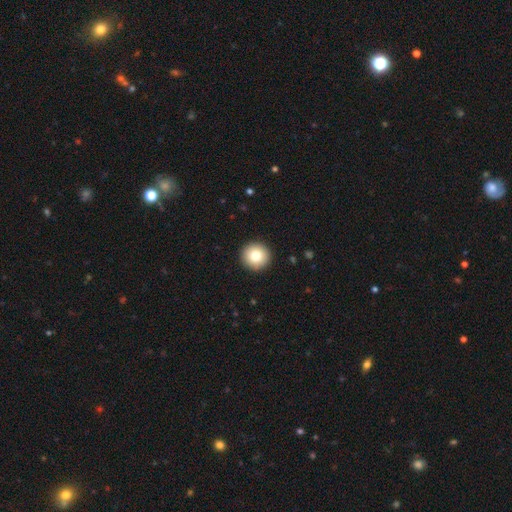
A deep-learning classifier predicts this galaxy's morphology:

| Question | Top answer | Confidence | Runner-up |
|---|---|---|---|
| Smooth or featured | smooth | 80% | featured or disk (10%) |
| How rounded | round | 96% | in between (3%) |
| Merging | none | 93% | minor disturbance (5%) |